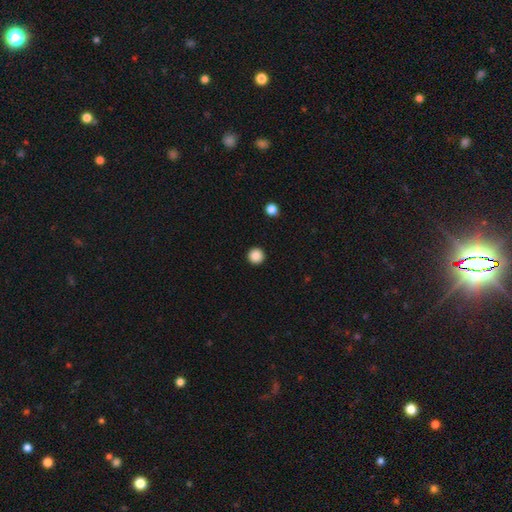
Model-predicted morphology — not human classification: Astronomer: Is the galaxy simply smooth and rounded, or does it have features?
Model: smooth — 88%.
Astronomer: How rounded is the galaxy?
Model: round — 96%.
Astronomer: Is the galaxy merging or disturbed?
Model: none — 94%.